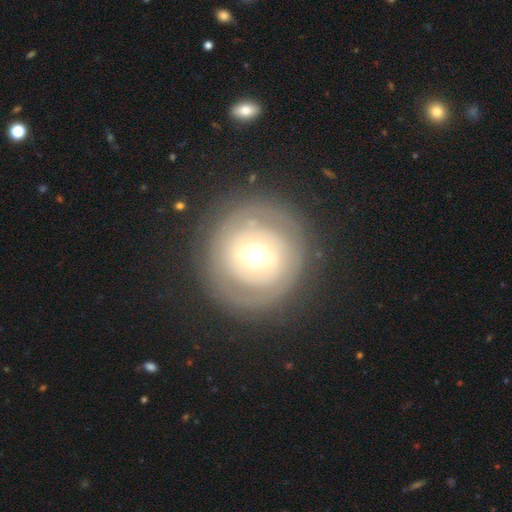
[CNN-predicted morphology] A featured or disk galaxy (65%) with no bar (54%), spiral arms (55%) and a moderate central bulge (65%).

Vote fractions:
- Smooth or featured? featured or disk: 65% / smooth: 29% / star or artifact: 7%
- Edge-on disk? no: 96% / yes: 4%
- Bar? no: 54% / weak: 31% / strong: 15%
- Spiral arms? yes: 55% / no: 45%
- Bulge size? moderate: 65% / small: 21% / large: 12% / dominant: 2% / none: 1%
- Merging? none: 82% / minor disturbance: 11% / major disturbance: 6% / merger: 1%